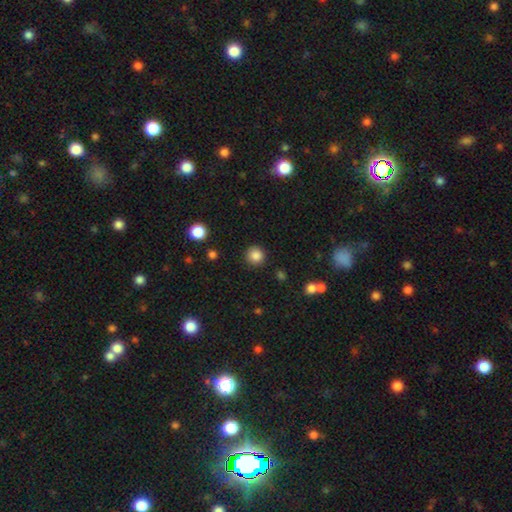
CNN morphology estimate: The model was most divided on "smooth or featured": smooth: 86%, star or artifact: 11%, featured or disk: 4%. More confident: how rounded — round (94%); merging — none (90%).